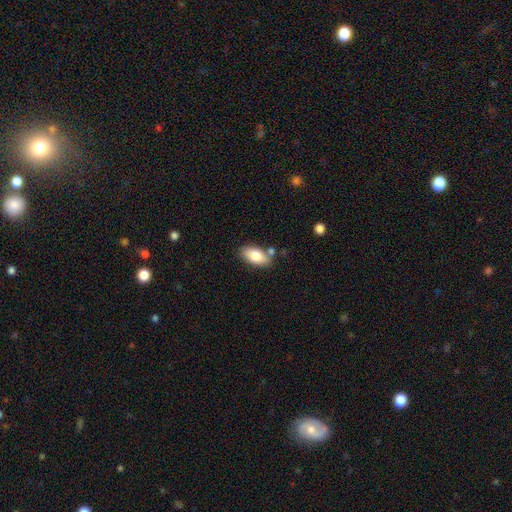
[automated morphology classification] This is likely a smooth galaxy (78%). How rounded: clearly in between (91%). Merging: likely none (75%).